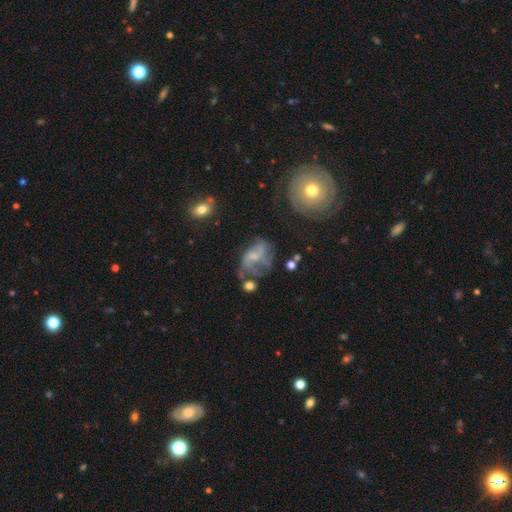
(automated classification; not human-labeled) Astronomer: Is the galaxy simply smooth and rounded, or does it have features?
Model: featured or disk — 62%.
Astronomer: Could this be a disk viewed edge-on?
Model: no — 97%.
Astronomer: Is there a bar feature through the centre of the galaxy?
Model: no — 59%.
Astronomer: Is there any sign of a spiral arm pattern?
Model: yes — 64%.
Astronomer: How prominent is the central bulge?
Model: small — 47% (runner-up: moderate, 26%).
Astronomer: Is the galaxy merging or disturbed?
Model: major disturbance — 36% (runner-up: none, 32%).